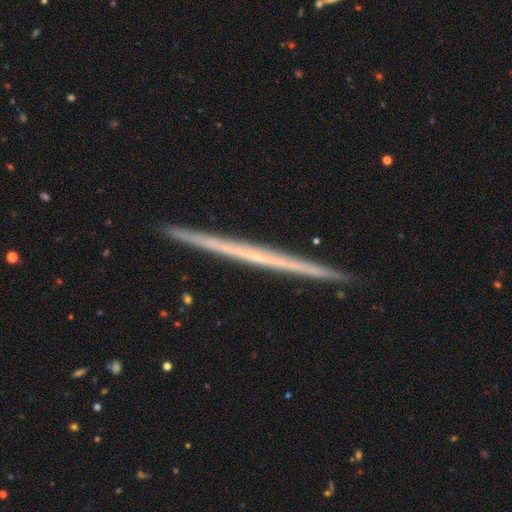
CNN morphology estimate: Q: Smooth or featured?
A: featured or disk (71%); runner-up: smooth (23%)
Q: Edge-on disk?
A: yes (98%); runner-up: no (2%)
Q: Edge-on bulge?
A: none (90%); runner-up: rounded (8%)
Q: Merging?
A: none (92%); runner-up: minor disturbance (6%)